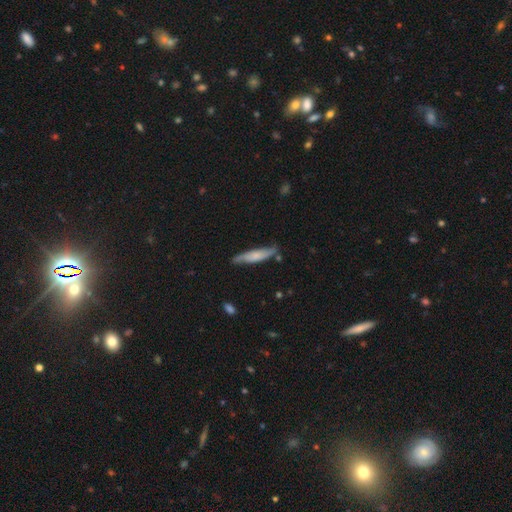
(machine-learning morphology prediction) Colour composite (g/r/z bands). It shows a smooth galaxy with no disk features (53%) that is cigar-shaped (83%). Merging: none (74%).